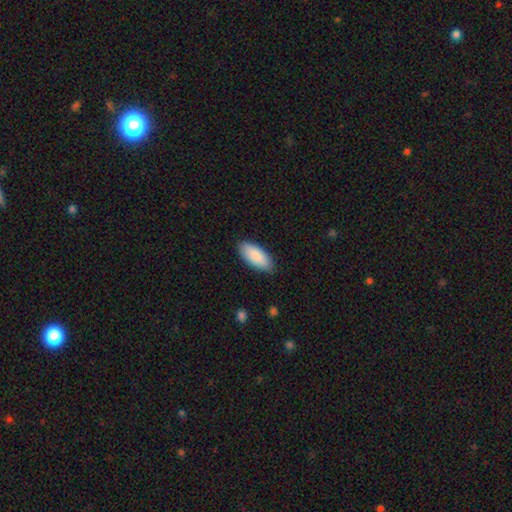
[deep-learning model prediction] The model was most divided on "merging": none: 85%, minor disturbance: 11%, major disturbance: 2%, merger: 1%. More confident: smooth or featured — smooth (89%); how rounded — in between (87%).